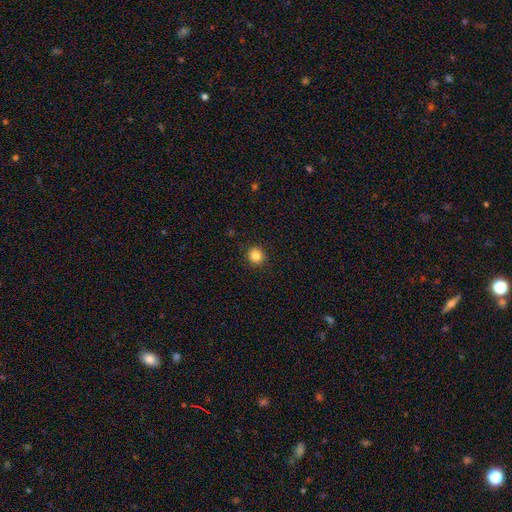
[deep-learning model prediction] Smooth or featured: smooth — 84% (star or artifact — 11%)
How rounded: round — 92% (in between — 7%)
Merging: none — 92% (minor disturbance — 5%)